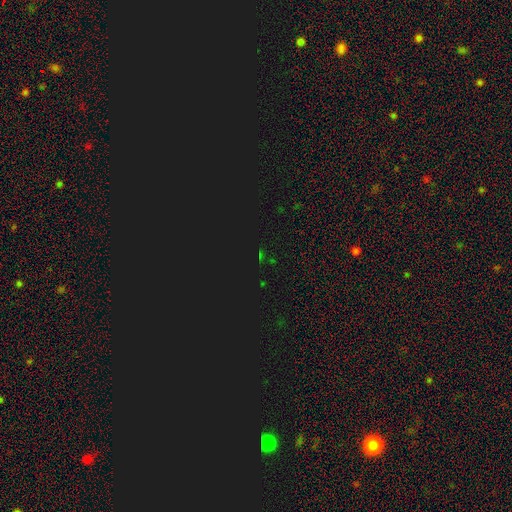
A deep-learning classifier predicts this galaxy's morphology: This appears to be a star or artifact, not a galaxy (78%).